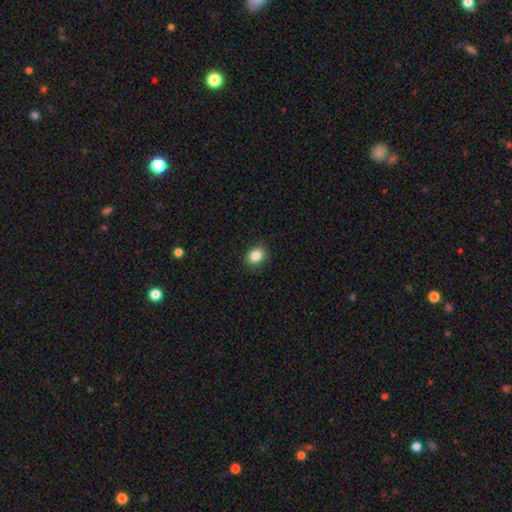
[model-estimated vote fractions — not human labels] Overall: smooth (85%). How rounded: round (53%; in between 46%). Merging: none (89%).